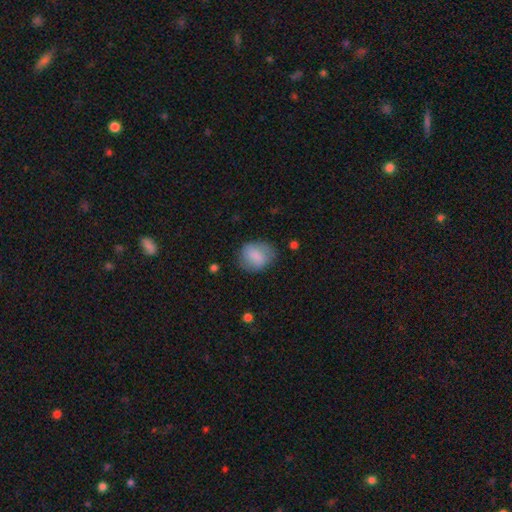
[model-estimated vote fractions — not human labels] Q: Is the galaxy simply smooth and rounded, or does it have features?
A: smooth — 79%.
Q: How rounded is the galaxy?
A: round — 53%.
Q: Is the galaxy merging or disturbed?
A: none — 70%.